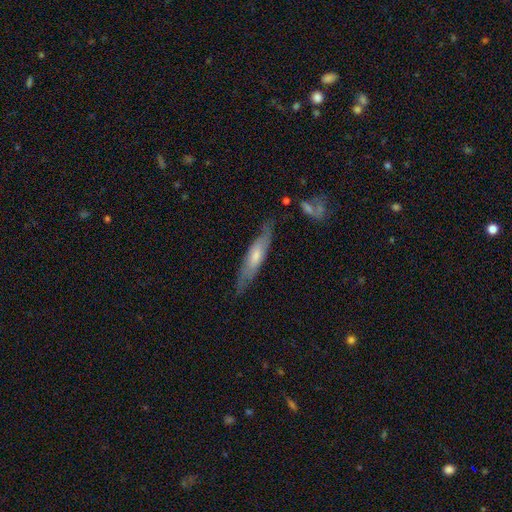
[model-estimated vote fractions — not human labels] This appears to be a featured or disk galaxy (50%) viewed edge-on (61%). Merging: none (74%).